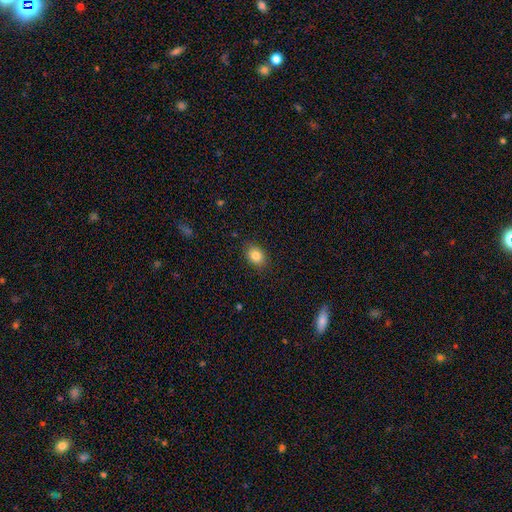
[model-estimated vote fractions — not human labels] smooth-or-featured: smooth: 85% | star or artifact: 9% | featured or disk: 6%
  how-rounded: in between: 58% | round: 41% | cigar-shaped: 1%
  merging: none: 87% | minor disturbance: 10% | major disturbance: 2% | merger: 1%